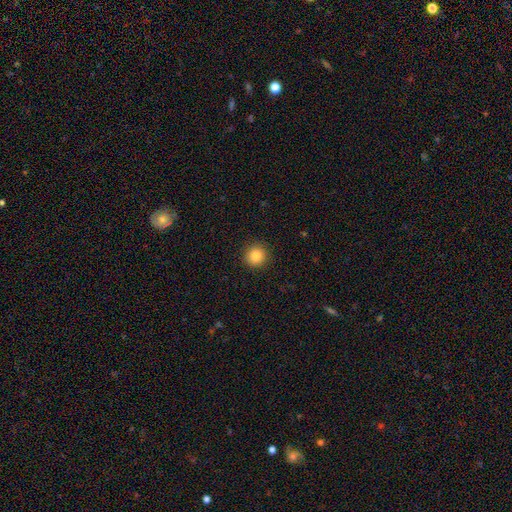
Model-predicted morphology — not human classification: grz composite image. It shows a smooth galaxy with no disk features (85%) that is round (92%). Merging: none (91%).